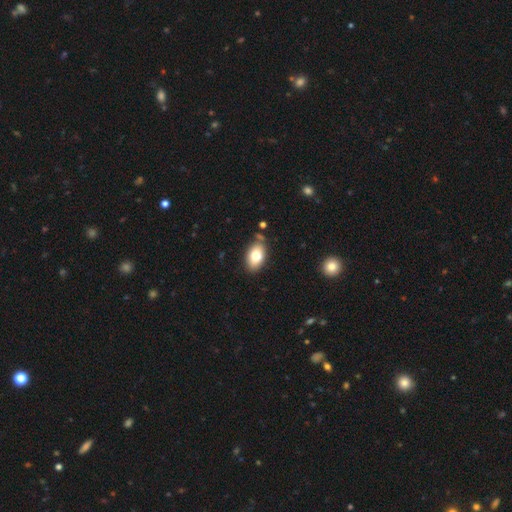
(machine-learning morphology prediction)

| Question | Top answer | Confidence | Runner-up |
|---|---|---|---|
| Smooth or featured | smooth | 79% | featured or disk (13%) |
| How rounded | in between | 91% | round (8%) |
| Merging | none | 77% | minor disturbance (15%) |